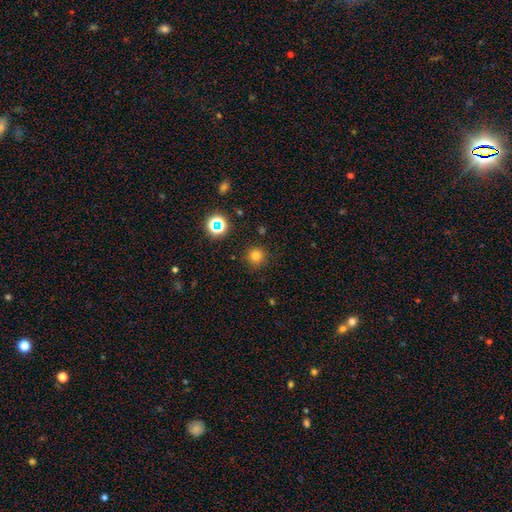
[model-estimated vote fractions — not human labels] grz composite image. It shows a smooth galaxy with no disk features (76%) that is round (94%). Merging: none (88%).